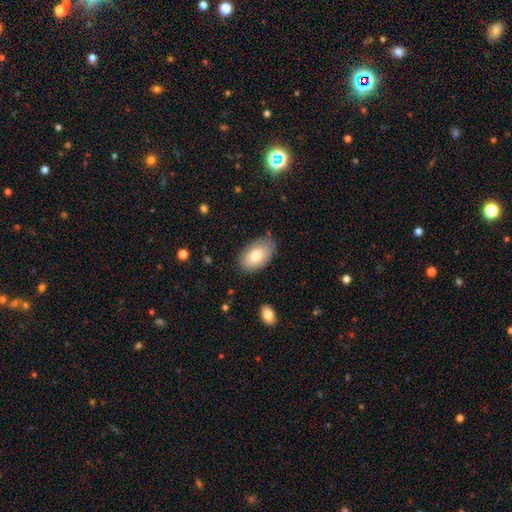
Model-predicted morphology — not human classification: type=smooth (82%); roundness=in between (94%); merging=none (78%).